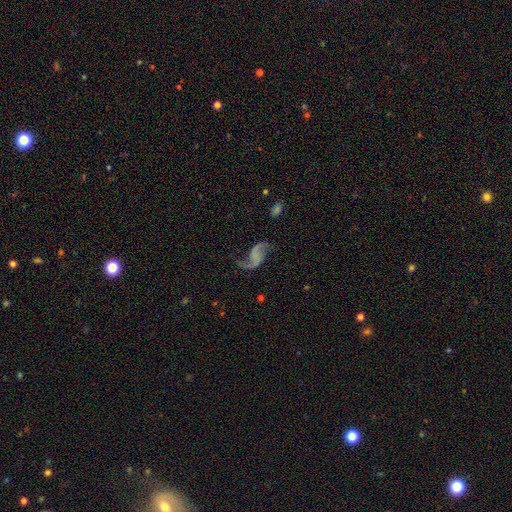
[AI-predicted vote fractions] This appears to be a featured or disk galaxy (84%) with no bar (56%), 2 (89%) loose (82%) spiral arms (95%) and no central bulge (71%). Merging: none (64%).